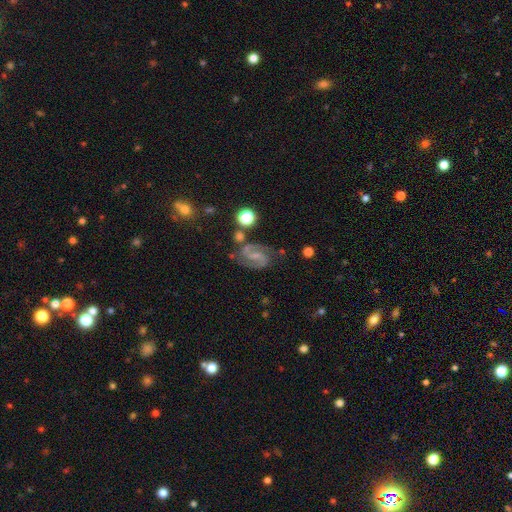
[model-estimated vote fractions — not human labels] Q: Smooth or featured?
A: featured or disk (87%); runner-up: star or artifact (6%)
Q: Edge-on disk?
A: no (98%); runner-up: yes (2%)
Q: Bar?
A: weak (50%); runner-up: strong (26%)
Q: Spiral arms?
A: yes (98%); runner-up: no (2%)
Q: Spiral winding?
A: medium (61%); runner-up: tight (21%)
Q: Spiral arm count?
A: 2 (93%); runner-up: can't tell (2%)
Q: Bulge size?
A: small (52%); runner-up: none (27%)
Q: Merging?
A: none (71%); runner-up: minor disturbance (17%)